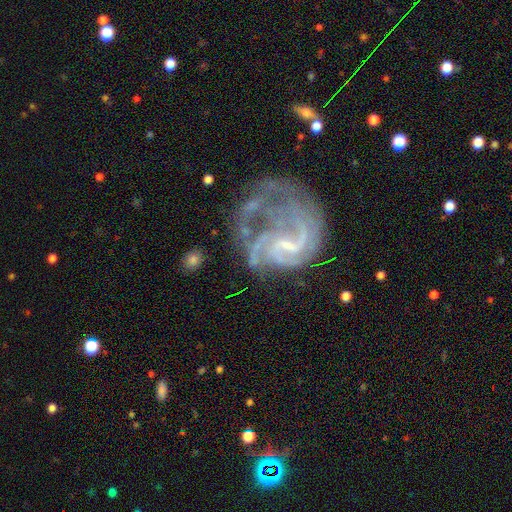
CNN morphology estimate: This appears to be a featured or disk galaxy (84%) with a weak bar (50%), 2 (30%) medium (44%) spiral arms (90%) and a small central bulge (49%). Merging: major disturbance (42%).